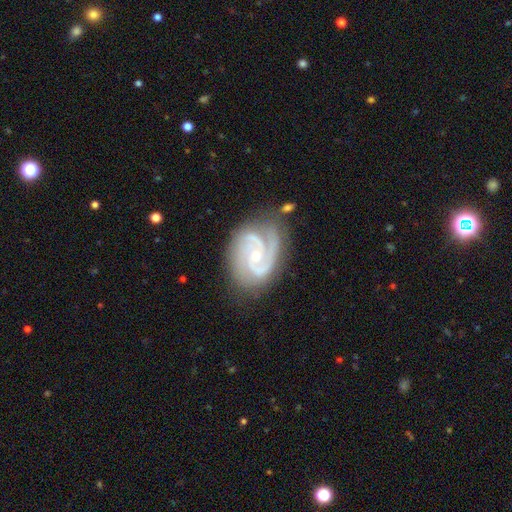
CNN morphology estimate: A featured or disk galaxy (92%) with no bar (58%), 2 (60%) tight (51%) spiral arms (99%) and a small central bulge (67%). Merging: none (74%).